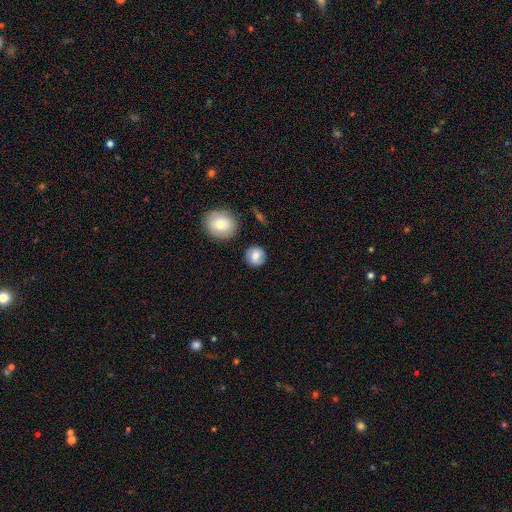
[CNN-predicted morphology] A smooth galaxy with no disk features (78%) that is round (89%). Merging: none (85%).